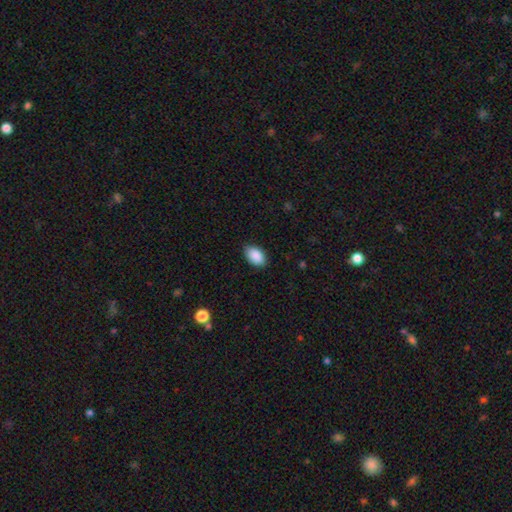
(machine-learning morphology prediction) type=smooth (90%); roundness=in between (92%); merging=none (85%).